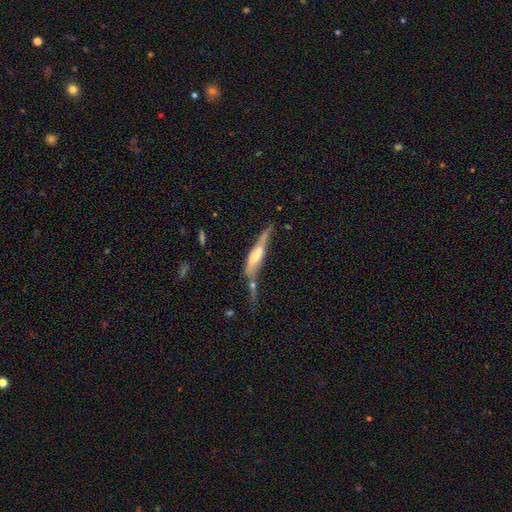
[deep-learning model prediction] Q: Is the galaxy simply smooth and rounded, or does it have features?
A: featured or disk — 61%.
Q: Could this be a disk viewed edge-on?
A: yes — 76%.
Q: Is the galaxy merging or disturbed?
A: none — 33%.